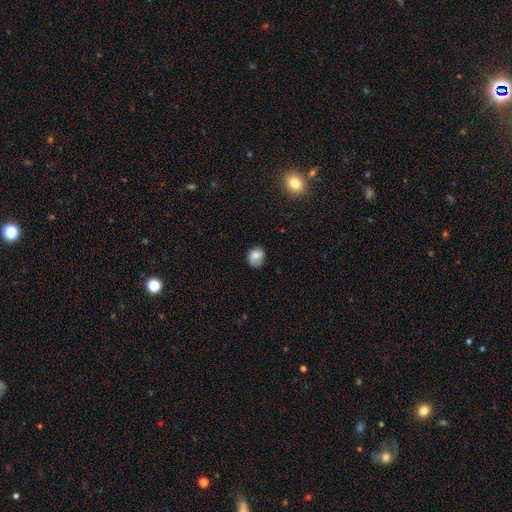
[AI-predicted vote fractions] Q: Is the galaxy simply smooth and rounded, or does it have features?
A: smooth — 67%.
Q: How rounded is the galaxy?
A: round — 63%.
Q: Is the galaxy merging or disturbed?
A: none — 58%.